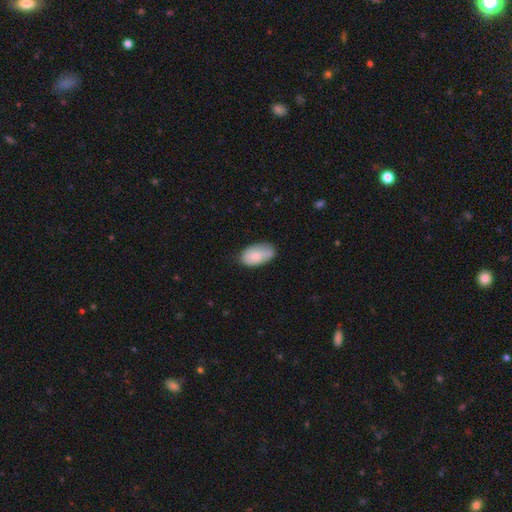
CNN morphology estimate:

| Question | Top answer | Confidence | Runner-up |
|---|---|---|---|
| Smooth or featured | smooth | 77% | featured or disk (16%) |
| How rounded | in between | 94% | round (4%) |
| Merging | none | 62% | minor disturbance (30%) |